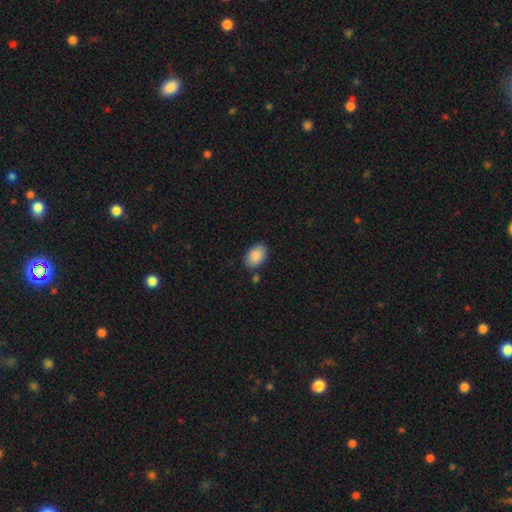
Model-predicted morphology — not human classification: Smooth or featured: smooth — 88% (star or artifact — 7%)
How rounded: in between — 87% (round — 11%)
Merging: none — 78% (minor disturbance — 14%)